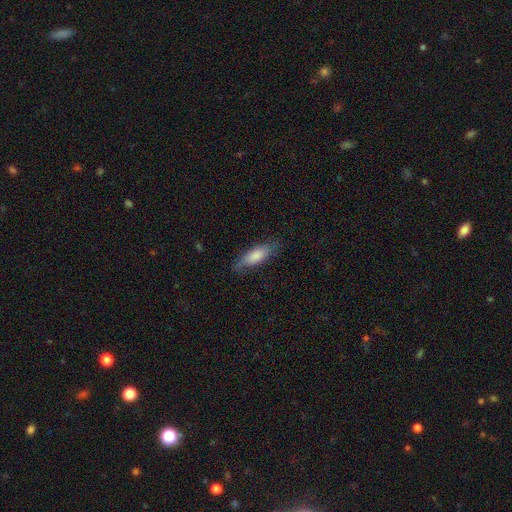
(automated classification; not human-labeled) Q: Smooth or featured?
A: smooth (76%); runner-up: featured or disk (18%)
Q: How rounded?
A: in between (61%); runner-up: cigar-shaped (37%)
Q: Merging?
A: none (74%); runner-up: minor disturbance (20%)